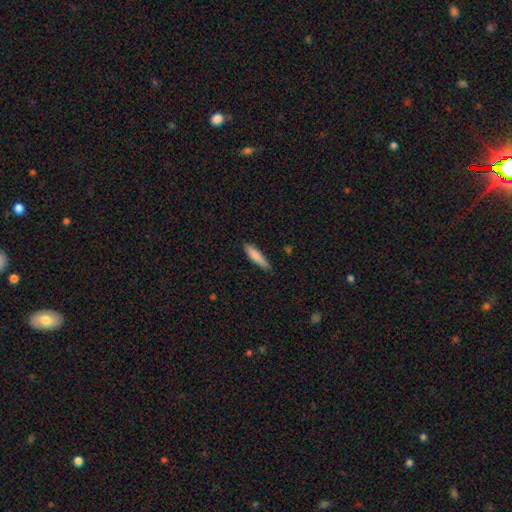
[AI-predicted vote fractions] The model was most divided on "how rounded": cigar-shaped: 80%, in between: 18%, round: 1%. More confident: smooth or featured — smooth (81%); merging — none (80%).